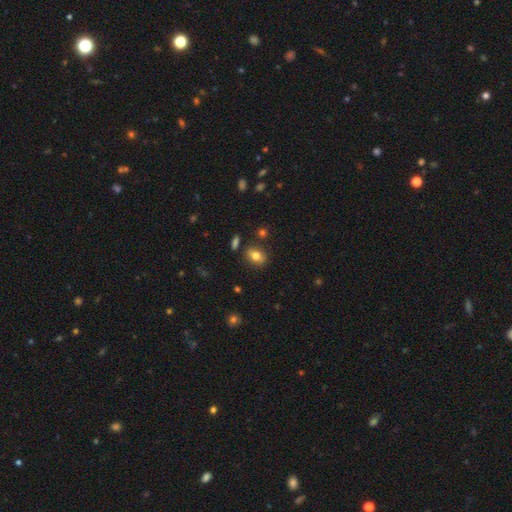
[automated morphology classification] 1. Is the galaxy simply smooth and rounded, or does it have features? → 79% smooth, 11% featured or disk, 10% star or artifact.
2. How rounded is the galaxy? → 73% in between, 25% round, 2% cigar-shaped.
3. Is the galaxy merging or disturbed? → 81% none, 12% minor disturbance, 4% merger, 3% major disturbance.